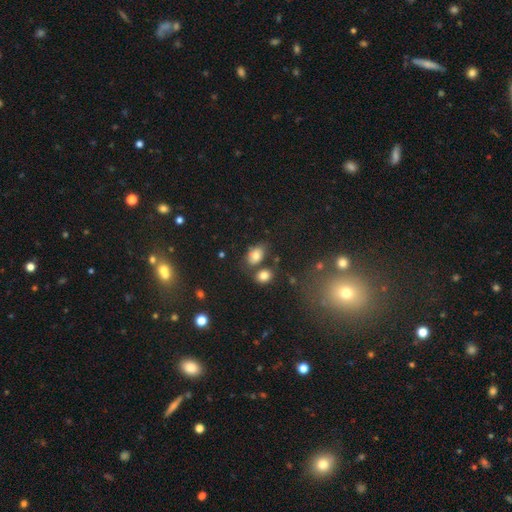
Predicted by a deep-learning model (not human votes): Smooth or featured?
  - smooth: 76% *
  - featured or disk: 13%
  - star or artifact: 11%
How rounded?
  - in between: 82% *
  - round: 16%
  - cigar-shaped: 2%
Merging?
  - none: 61% *
  - merger: 17%
  - minor disturbance: 16%
  - major disturbance: 6%